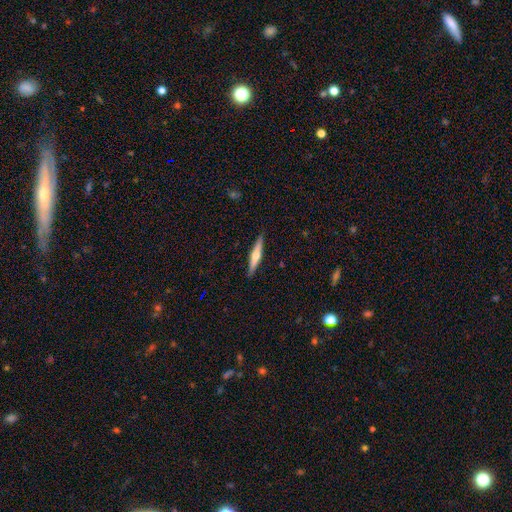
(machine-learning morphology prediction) The model was most divided on "smooth or featured": featured or disk: 58%, smooth: 37%, star or artifact: 5%. More confident: edge-on disk — yes (96%); merging — none (90%); edge-on bulge — rounded (89%).